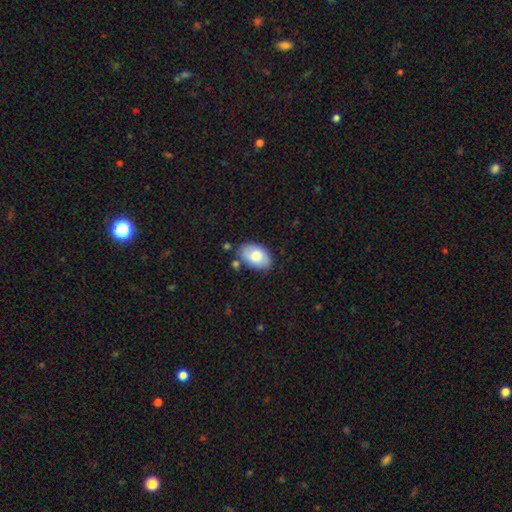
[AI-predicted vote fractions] Overall: smooth (78%). How rounded: in between (93%). Merging: none (75%).